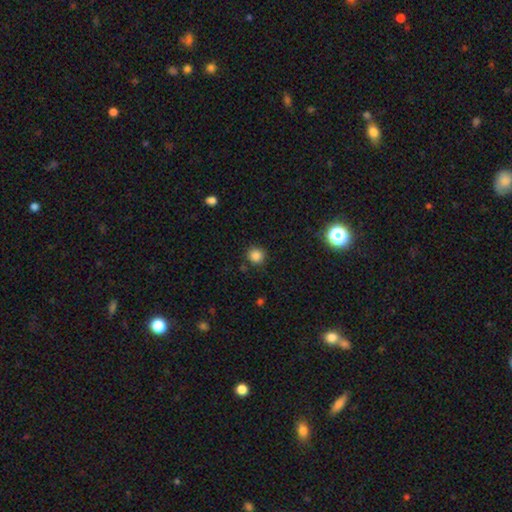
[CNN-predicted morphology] Q: Smooth or featured?
A: smooth (84%); runner-up: star or artifact (12%)
Q: How rounded?
A: round (91%); runner-up: in between (8%)
Q: Merging?
A: none (87%); runner-up: minor disturbance (8%)